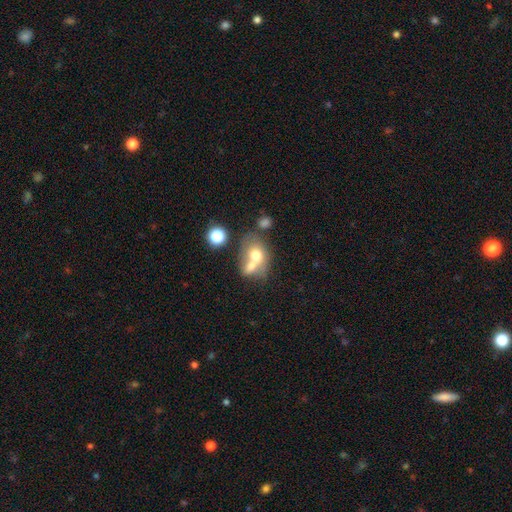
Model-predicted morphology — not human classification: type=smooth (67%); roundness=in between (57%); merging=merger (61%).